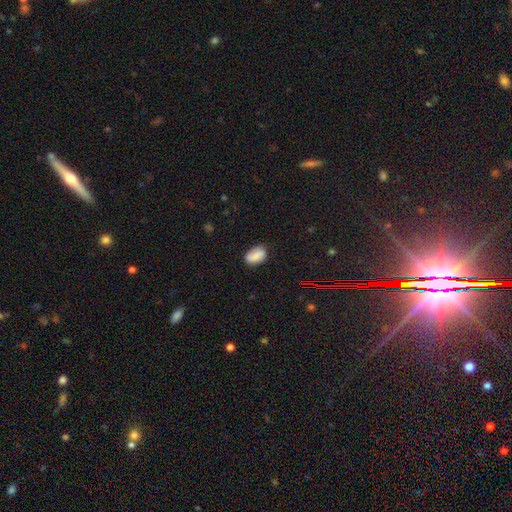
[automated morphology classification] Overall: smooth (69%). How rounded: in between (84%). Merging: none (71%).